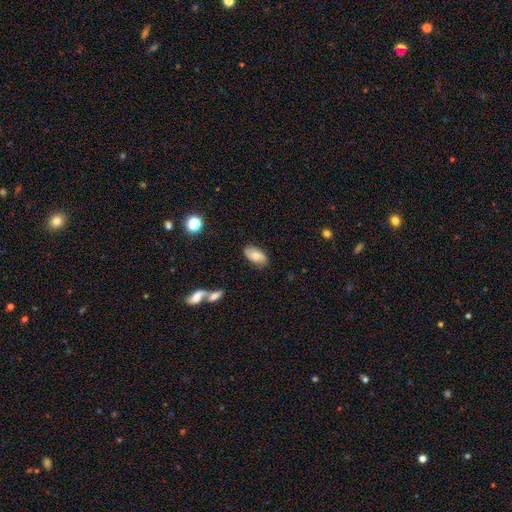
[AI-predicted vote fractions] Overall: smooth (67%). How rounded: in between (93%). Merging: none (77%).